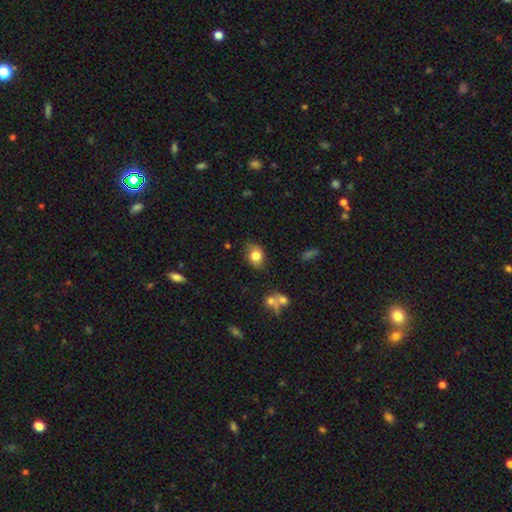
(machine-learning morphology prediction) This appears to be a smooth galaxy with no disk features (80%) that is in between round and cigar-shaped (57%). Merging: none (71%).